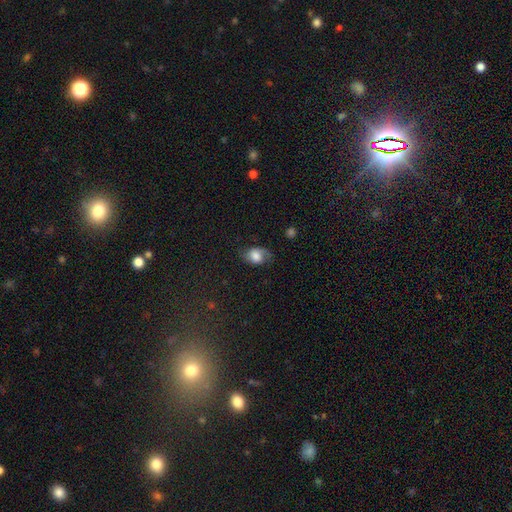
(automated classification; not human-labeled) The model was most divided on "smooth or featured": smooth: 60%, featured or disk: 31%, star or artifact: 9%. More confident: how rounded — in between (74%); merging — none (61%).